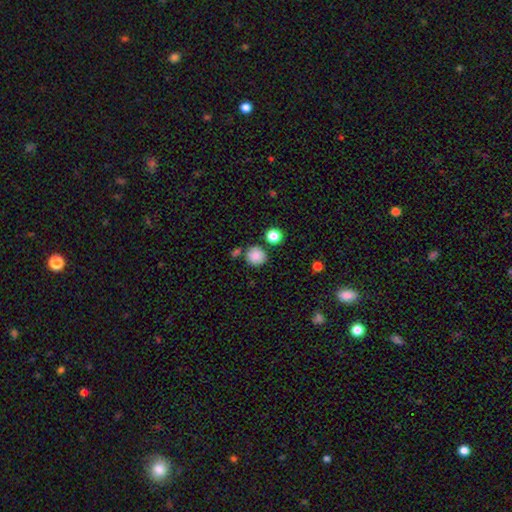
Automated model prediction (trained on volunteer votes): A smooth galaxy with no disk features (86%) that is round (91%). Merging: none (78%).